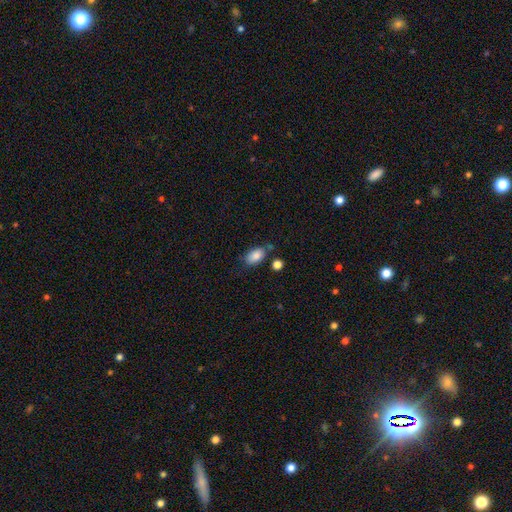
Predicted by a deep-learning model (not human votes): The model was most divided on "merging": none: 66%, minor disturbance: 20%, merger: 9%, major disturbance: 6%. More confident: how rounded — in between (90%); smooth or featured — smooth (86%).